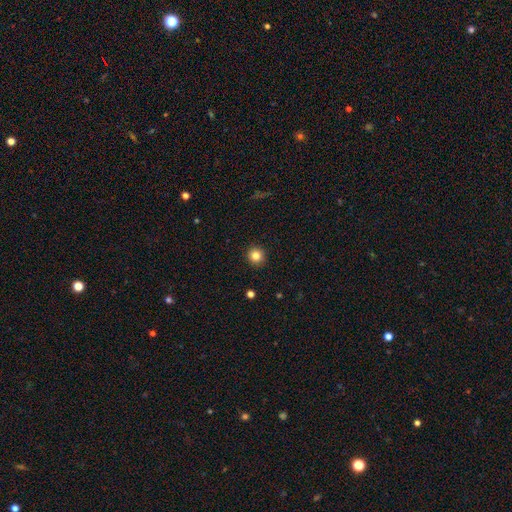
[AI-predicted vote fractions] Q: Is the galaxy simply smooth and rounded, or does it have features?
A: smooth — 84%.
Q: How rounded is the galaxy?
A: round — 94%.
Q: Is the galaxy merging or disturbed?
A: none — 92%.